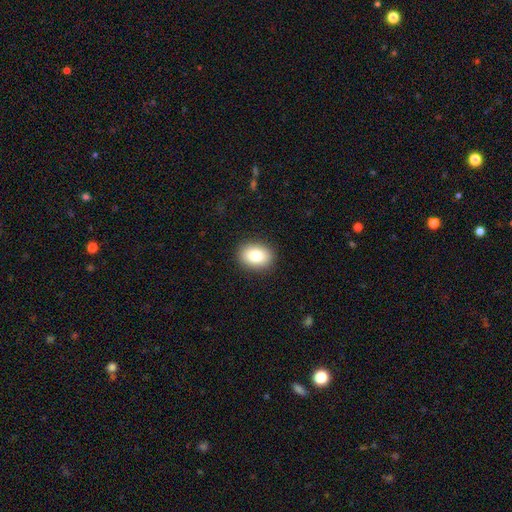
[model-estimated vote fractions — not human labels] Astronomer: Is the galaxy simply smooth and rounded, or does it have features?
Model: smooth — 81%.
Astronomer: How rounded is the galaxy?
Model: in between — 68%.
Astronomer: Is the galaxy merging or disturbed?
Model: none — 90%.